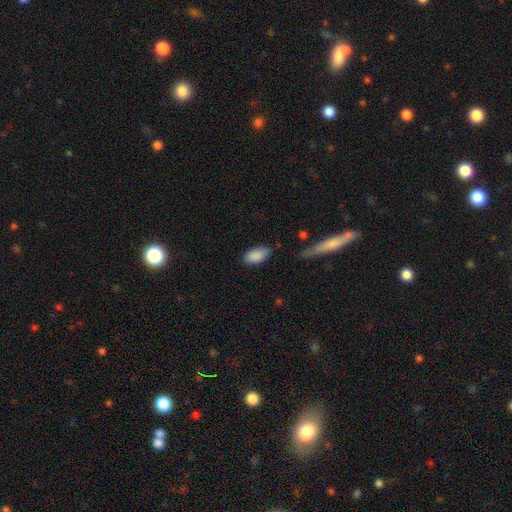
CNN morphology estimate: type=smooth (89%); roundness=in between (93%); merging=none (70%).